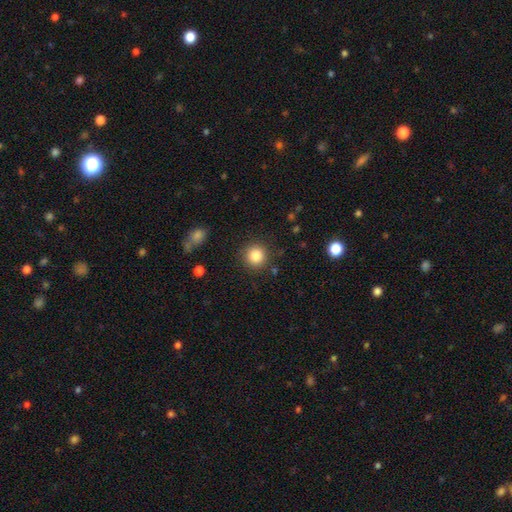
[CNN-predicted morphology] Smooth or featured? smooth (85%)
How rounded? round (93%)
Merging? none (88%)